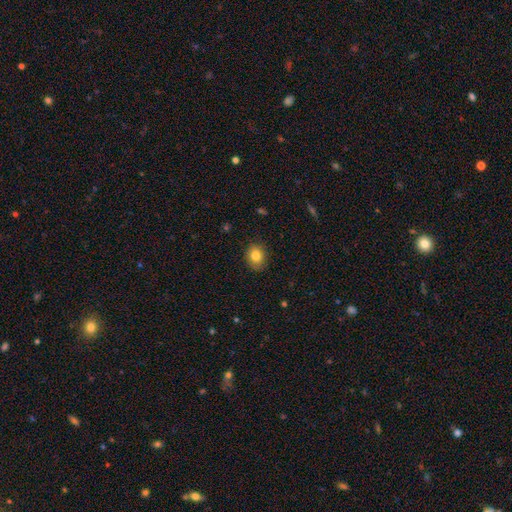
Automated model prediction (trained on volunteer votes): smooth-or-featured: smooth: 82% | star or artifact: 9% | featured or disk: 9%
  how-rounded: round: 51% | in between: 48% | cigar-shaped: 1%
  merging: none: 84% | minor disturbance: 13% | major disturbance: 3% | merger: 1%